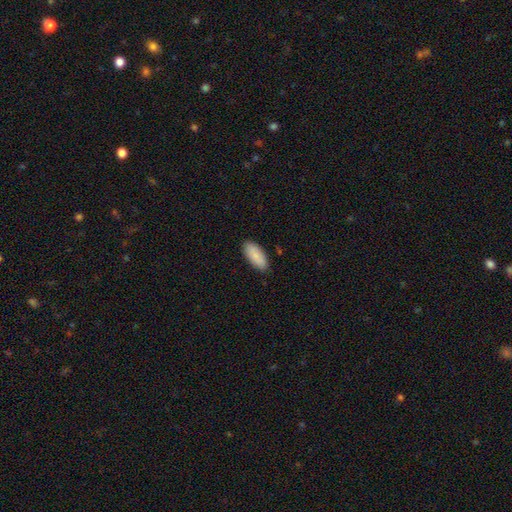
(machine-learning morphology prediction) A smooth galaxy with no disk features (87%) that is in between round and cigar-shaped (87%). Merging: none (87%).